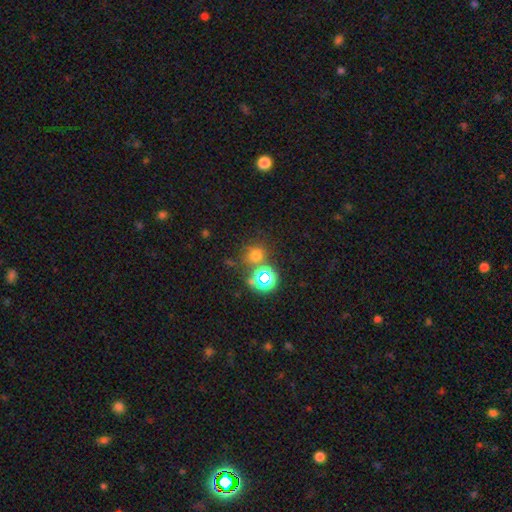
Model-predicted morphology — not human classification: This appears to be a smooth galaxy with no disk features (62%) that is round (83%). Merging: none (70%).